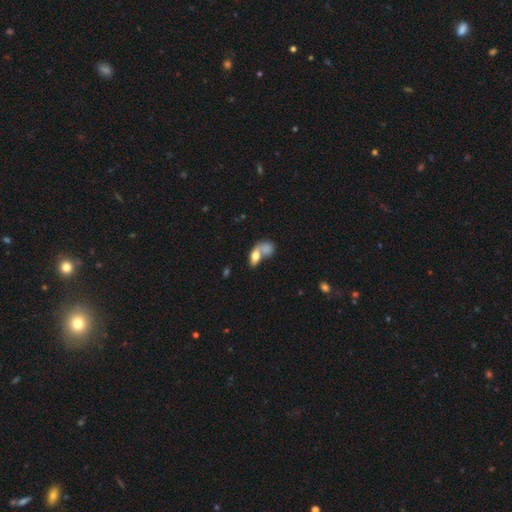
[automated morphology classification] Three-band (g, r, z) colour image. It shows a smooth galaxy with no disk features (73%) that is in between round and cigar-shaped (82%). Merging: merger (63%).